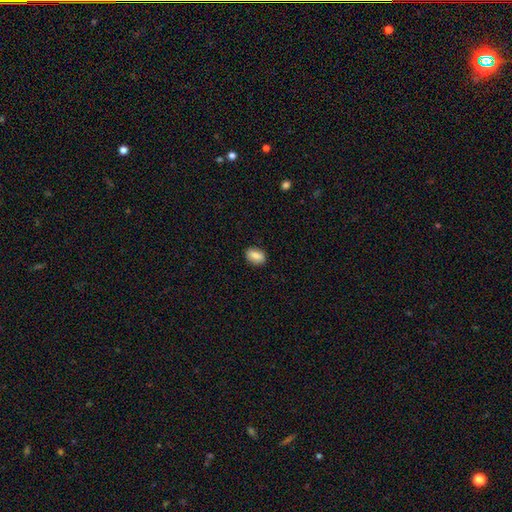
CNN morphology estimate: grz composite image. It shows a smooth galaxy with no disk features (83%) that is in between round and cigar-shaped (80%). Merging: none (87%).